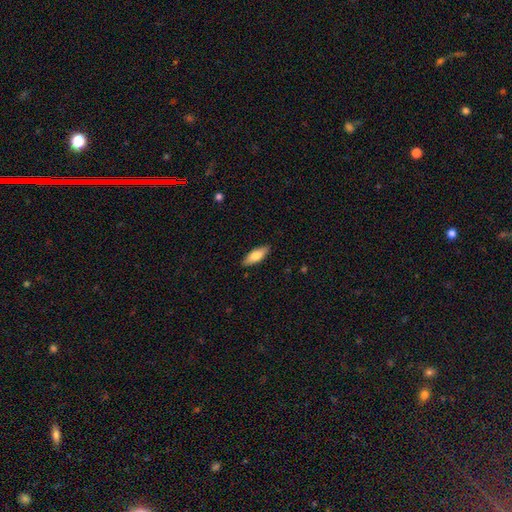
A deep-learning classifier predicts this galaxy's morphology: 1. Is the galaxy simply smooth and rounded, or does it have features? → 71% smooth, 23% featured or disk, 6% star or artifact.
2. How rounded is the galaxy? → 69% in between, 29% cigar-shaped, 2% round.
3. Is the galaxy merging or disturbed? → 87% none, 10% minor disturbance, 2% major disturbance, 1% merger.